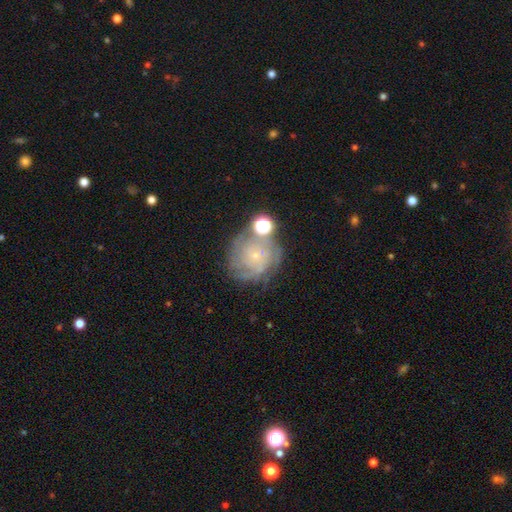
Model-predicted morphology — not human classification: Smooth or featured? featured or disk (70%)
Edge-on disk? no (98%)
Bar? no (79%)
Spiral arms? yes (88%)
Spiral winding? tight (64%)
Spiral arm count? can't tell (41%)
Bulge size? small (82%)
Merging? none (59%)